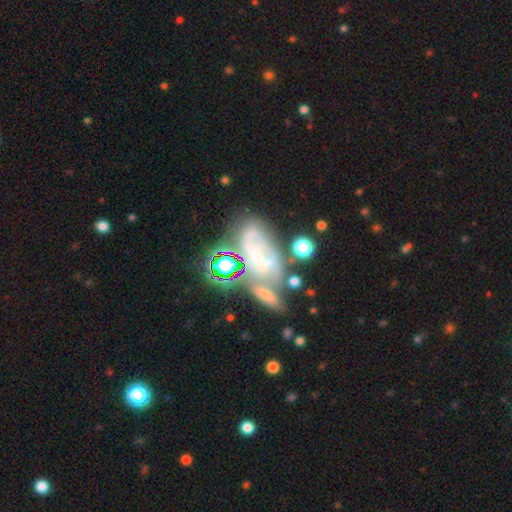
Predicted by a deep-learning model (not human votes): The model was most divided on "merging": none: 36%, merger: 28%, minor disturbance: 19%, major disturbance: 17%. More confident: edge-on disk — no (93%); spiral arms — yes (76%); bulge size — small (65%); smooth or featured — featured or disk (63%); bar — no (56%).